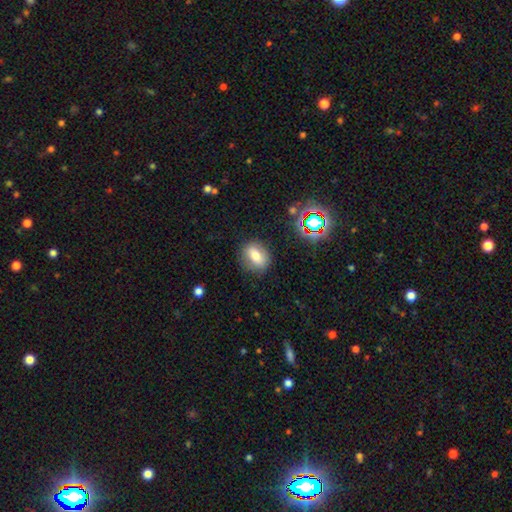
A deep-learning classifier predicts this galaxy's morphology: Overall: smooth (71%). How rounded: in between (63%; round 34%). Merging: none (82%).